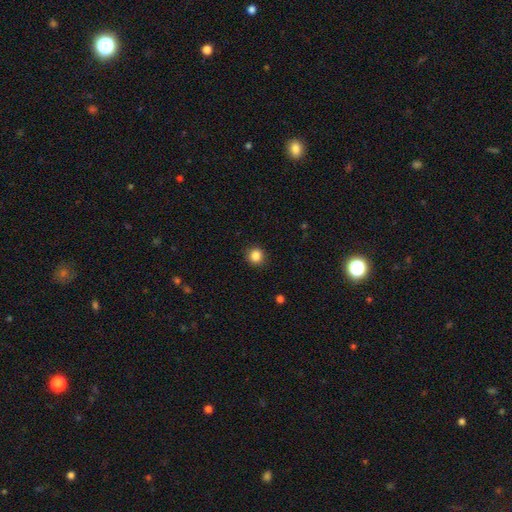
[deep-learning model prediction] Q: Smooth or featured?
A: smooth (85%); runner-up: star or artifact (11%)
Q: How rounded?
A: round (92%); runner-up: in between (7%)
Q: Merging?
A: none (91%); runner-up: minor disturbance (6%)